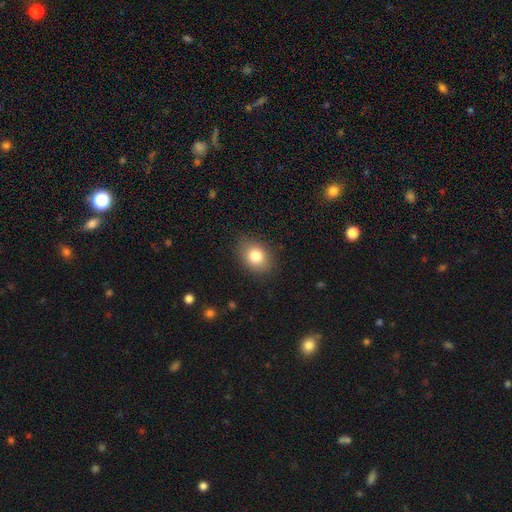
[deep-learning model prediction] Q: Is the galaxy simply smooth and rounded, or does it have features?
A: smooth — 81%.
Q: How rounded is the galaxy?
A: in between — 66%.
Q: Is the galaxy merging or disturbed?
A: none — 85%.